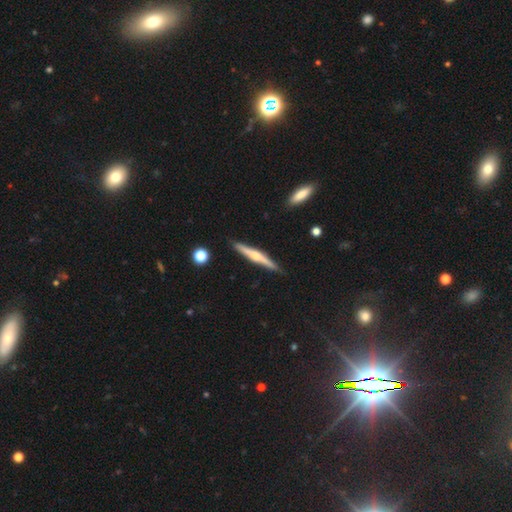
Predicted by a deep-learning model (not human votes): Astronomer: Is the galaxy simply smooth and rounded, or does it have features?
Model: featured or disk — 68%.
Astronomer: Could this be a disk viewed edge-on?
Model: yes — 98%.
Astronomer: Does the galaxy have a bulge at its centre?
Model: rounded — 86%.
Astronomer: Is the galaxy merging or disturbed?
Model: none — 88%.